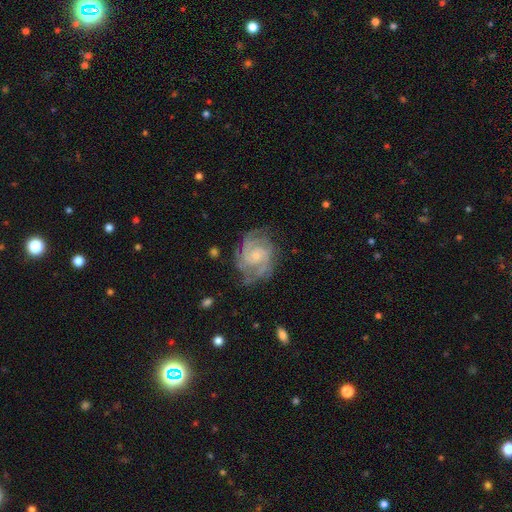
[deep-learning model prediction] A featured or disk galaxy (90%) with no bar (66%), 2 (35%) tight (62%) spiral arms (98%) and a small central bulge (73%). Merging: none (73%).